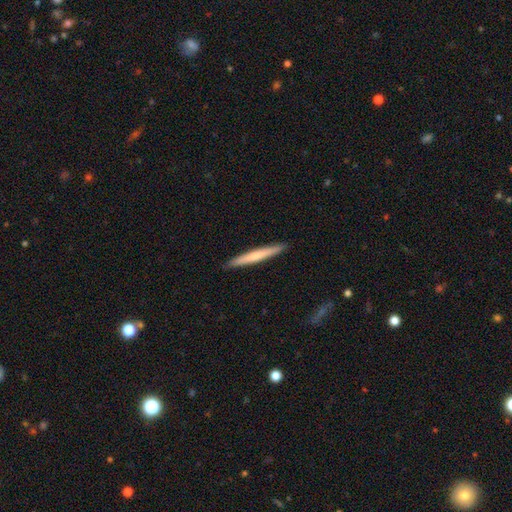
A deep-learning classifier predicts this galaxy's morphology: type=smooth (60%); roundness=cigar-shaped (97%); merging=none (92%).